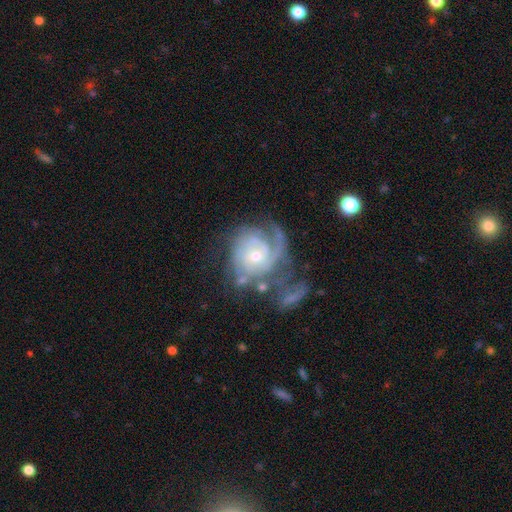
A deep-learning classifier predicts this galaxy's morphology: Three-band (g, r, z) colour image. It shows a featured or disk galaxy (86%) with no bar (75%), tight (67%) spiral arms (95%) and a small central bulge (58%). Merging: none (41%).